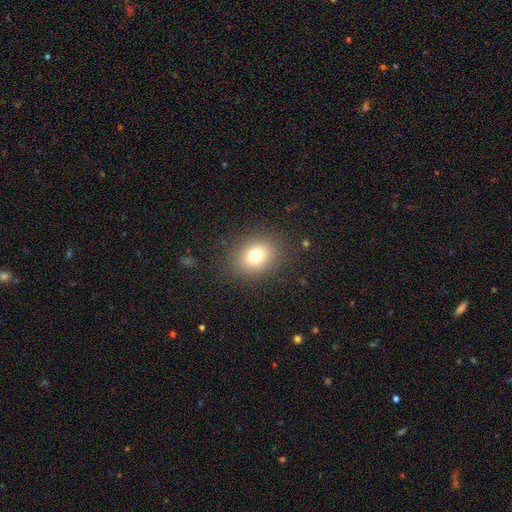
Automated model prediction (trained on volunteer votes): Morphology: type=smooth (76%); roundness=round (50%); merging=none (84%).